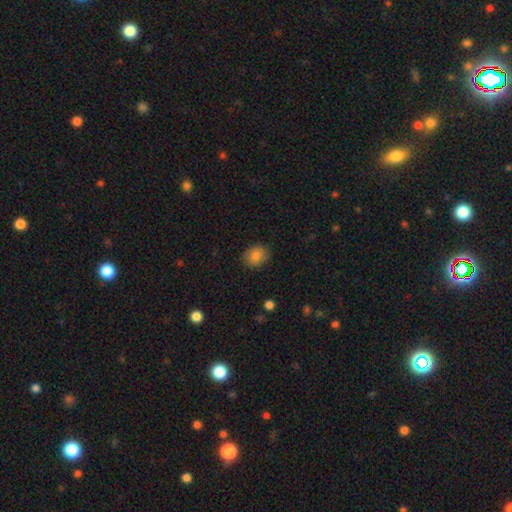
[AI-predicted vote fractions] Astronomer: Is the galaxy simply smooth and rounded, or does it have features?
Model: smooth — 83%.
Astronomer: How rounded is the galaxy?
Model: round — 50% (runner-up: in between, 49%).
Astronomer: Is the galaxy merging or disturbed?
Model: none — 86%.